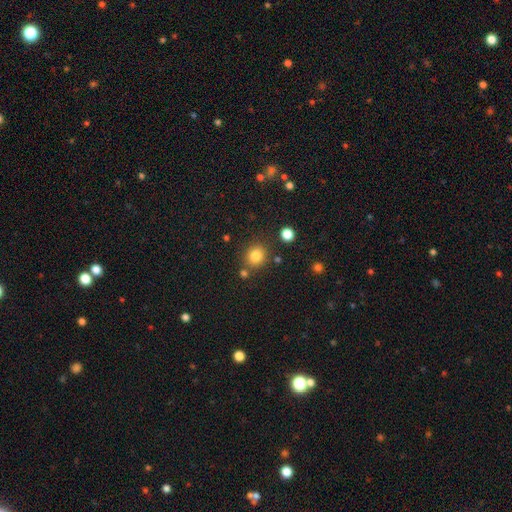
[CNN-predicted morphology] A smooth galaxy with no disk features (81%) that is round (83%).

Vote fractions:
- Smooth or featured? smooth: 81% / star or artifact: 13% / featured or disk: 6%
- How rounded? round: 83% / in between: 16% / cigar-shaped: 1%
- Merging? none: 81% / minor disturbance: 9% / merger: 7% / major disturbance: 3%